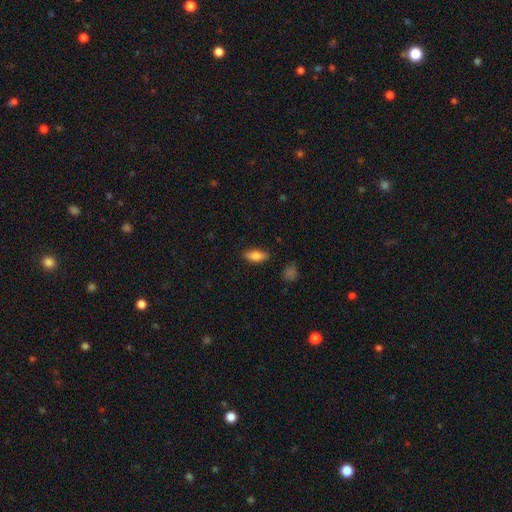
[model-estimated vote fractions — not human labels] smooth 78%, featured or disk 15%, star or artifact 7%. Down the decision tree: how rounded — in between (80%); merging — none (85%).